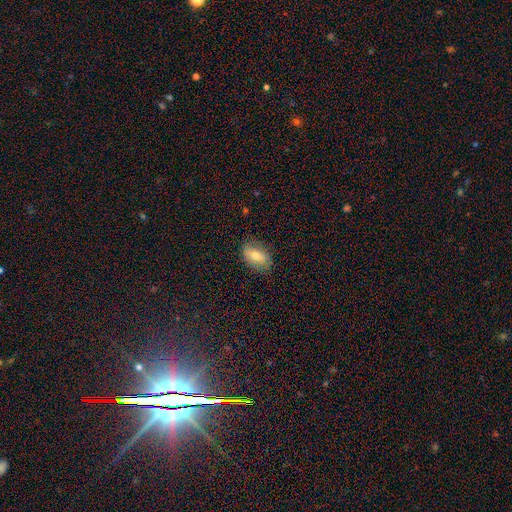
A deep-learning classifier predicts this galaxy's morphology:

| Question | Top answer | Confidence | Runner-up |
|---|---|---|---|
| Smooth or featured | smooth | 66% | featured or disk (25%) |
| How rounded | in between | 87% | round (10%) |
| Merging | none | 79% | minor disturbance (16%) |